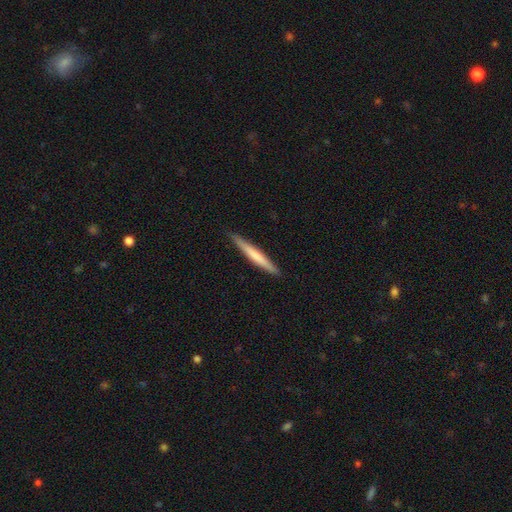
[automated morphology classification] This appears to be a smooth galaxy with no disk features (60%) that is cigar-shaped (96%). Merging: none (90%).